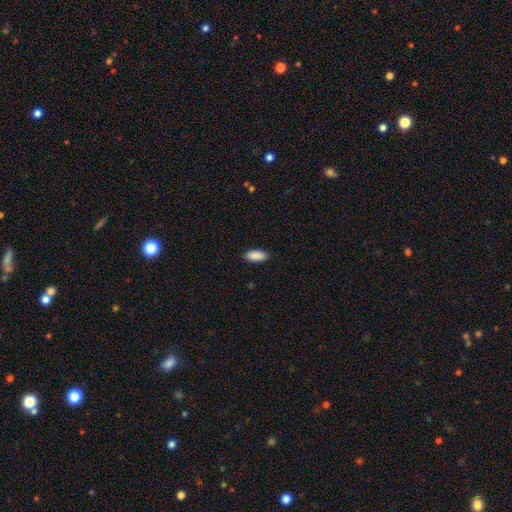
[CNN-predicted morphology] Smooth or featured?
  - smooth: 91% *
  - star or artifact: 6%
  - featured or disk: 3%
How rounded?
  - in between: 88% *
  - cigar-shaped: 10%
  - round: 2%
Merging?
  - none: 90% *
  - minor disturbance: 8%
  - major disturbance: 2%
  - merger: 1%